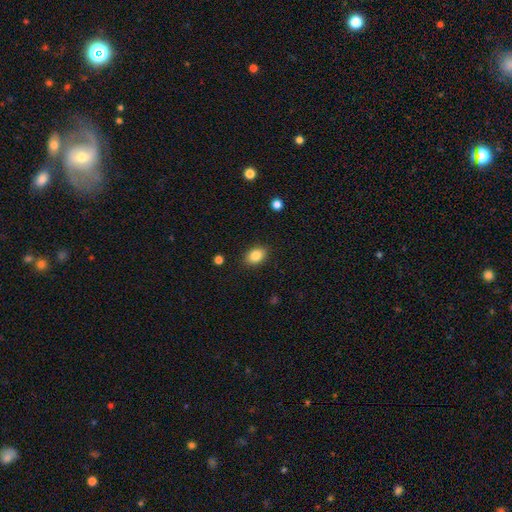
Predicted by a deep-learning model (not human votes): Smooth or featured? Predicted: smooth (p=0.85). How rounded? Predicted: in between (p=0.79). Merging? Predicted: none (p=0.87).